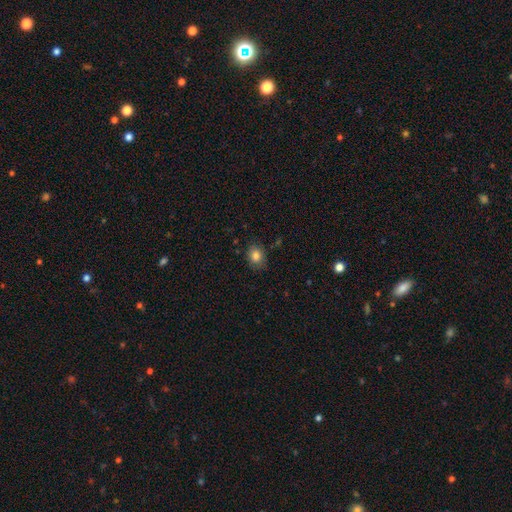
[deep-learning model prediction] This is clearly a smooth galaxy (83%). How rounded: possibly in between (55%). Merging: clearly none (81%).